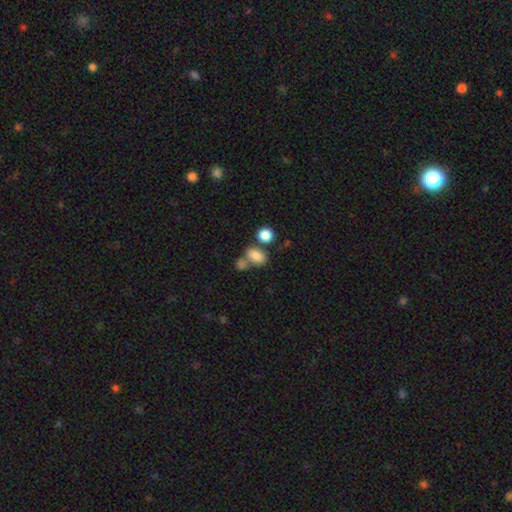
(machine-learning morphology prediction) The model was most divided on "merging": none: 45%, merger: 38%, minor disturbance: 12%, major disturbance: 5%. More confident: smooth or featured — smooth (82%); how rounded — in between (71%).